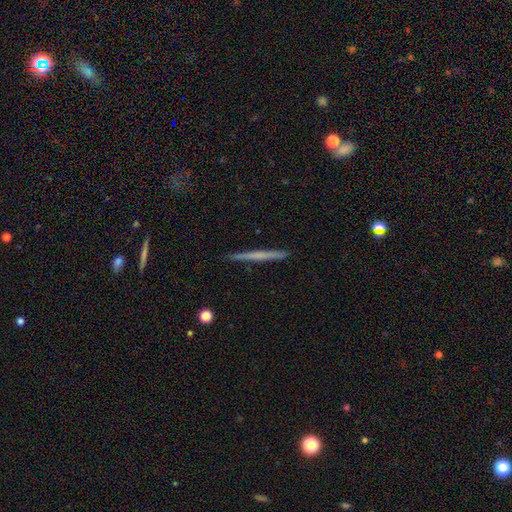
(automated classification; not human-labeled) This appears to be a featured or disk galaxy (48%). Merging: none (91%).